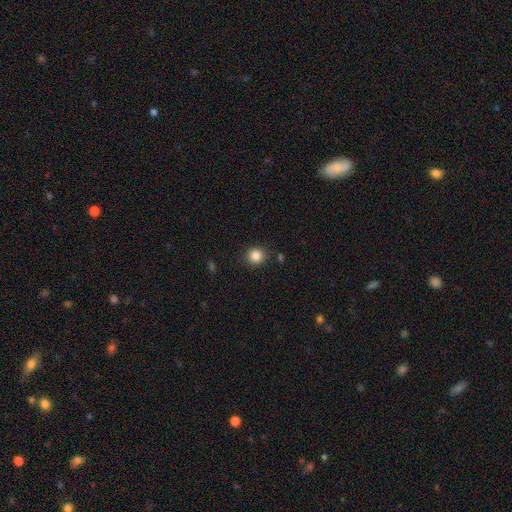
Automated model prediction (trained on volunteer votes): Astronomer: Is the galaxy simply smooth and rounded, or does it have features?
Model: smooth — 85%.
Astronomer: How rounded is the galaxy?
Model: round — 89%.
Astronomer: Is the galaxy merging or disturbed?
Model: none — 86%.